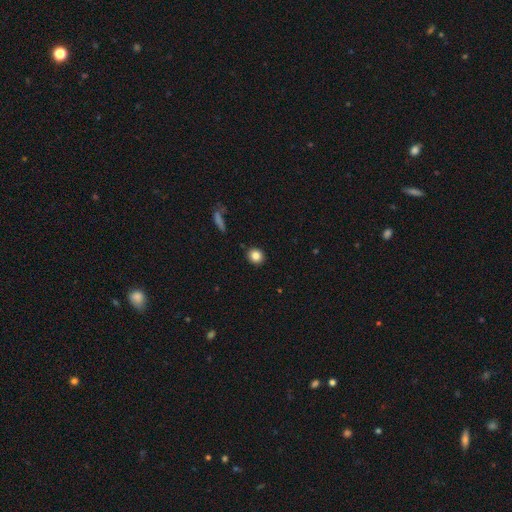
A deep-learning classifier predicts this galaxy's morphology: smooth-or-featured: smooth: 84% | star or artifact: 10% | featured or disk: 6%
  how-rounded: round: 87% | in between: 12% | cigar-shaped: 1%
  merging: none: 91% | minor disturbance: 6% | major disturbance: 2% | merger: 2%